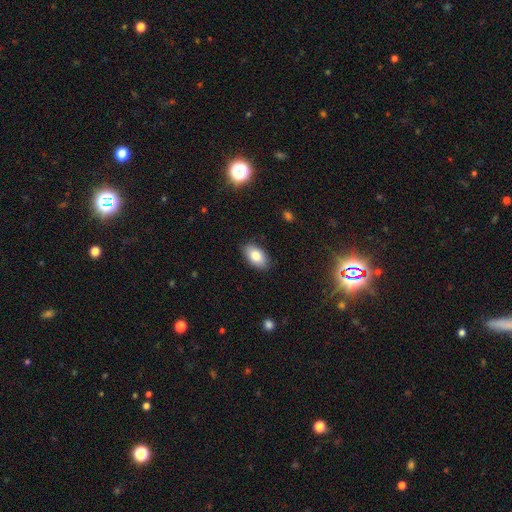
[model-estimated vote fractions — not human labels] smooth_or_featured: smooth (p=0.82) [alt: featured or disk p=0.10]
how_rounded: in between (p=0.93) [alt: round p=0.05]
merging: none (p=0.87) [alt: minor disturbance p=0.10]